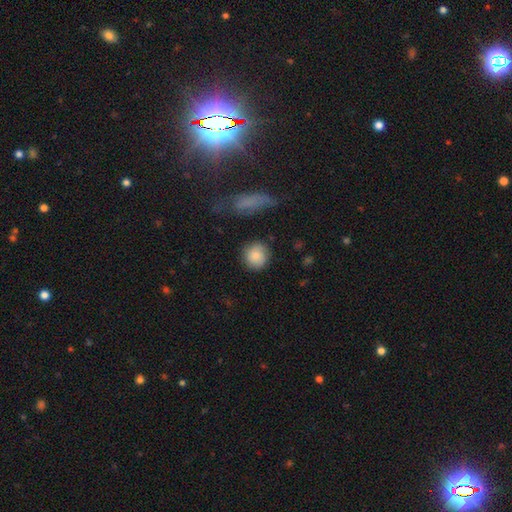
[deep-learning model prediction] Smooth or featured? smooth (83%)
How rounded? round (90%)
Merging? none (81%)